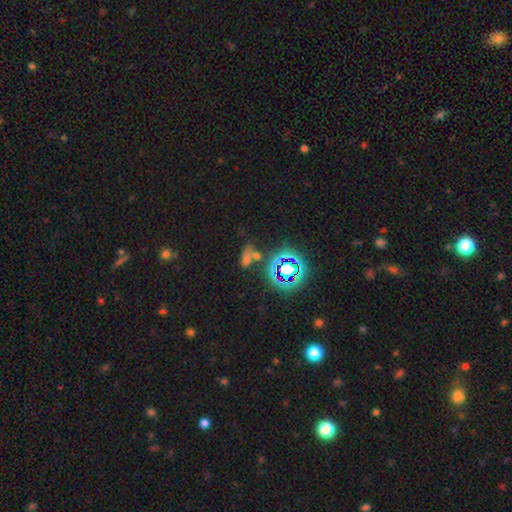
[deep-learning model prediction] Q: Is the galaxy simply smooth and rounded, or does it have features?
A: star or artifact — 69%.